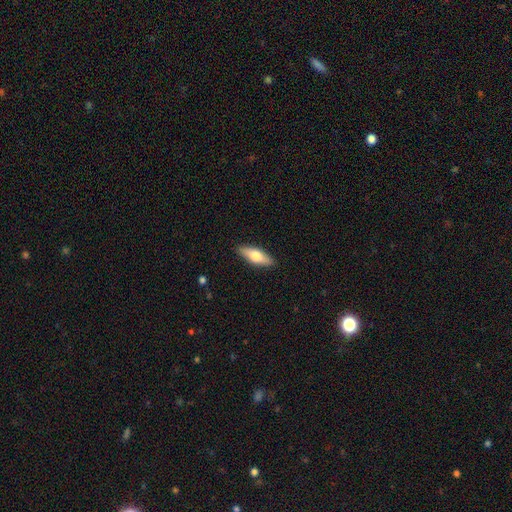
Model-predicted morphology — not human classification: Smooth or featured? smooth (65%)
How rounded? in between (61%)
Merging? none (89%)